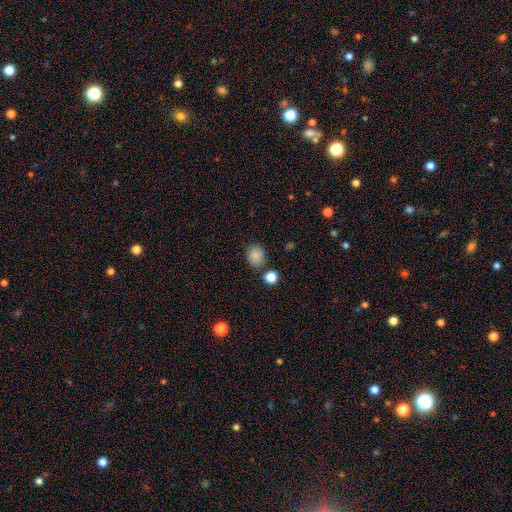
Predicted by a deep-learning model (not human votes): smooth-or-featured: smooth: 85% | star or artifact: 10% | featured or disk: 5%
  how-rounded: round: 67% | in between: 32% | cigar-shaped: 1%
  merging: none: 78% | minor disturbance: 13% | merger: 6% | major disturbance: 3%